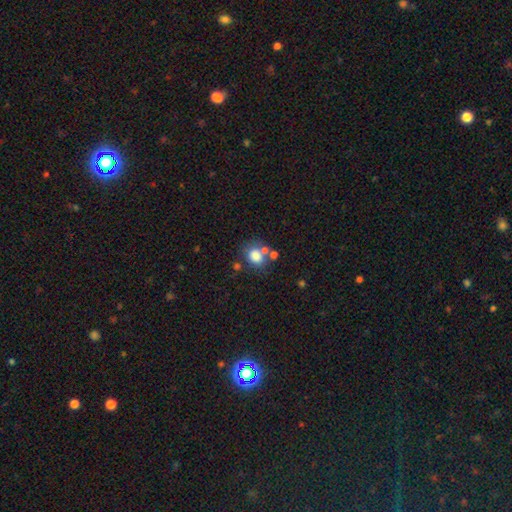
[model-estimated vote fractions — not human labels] smooth-or-featured: smooth: 80% | star or artifact: 11% | featured or disk: 9%
  how-rounded: round: 59% | in between: 40% | cigar-shaped: 1%
  merging: none: 56% | merger: 24% | minor disturbance: 14% | major disturbance: 6%